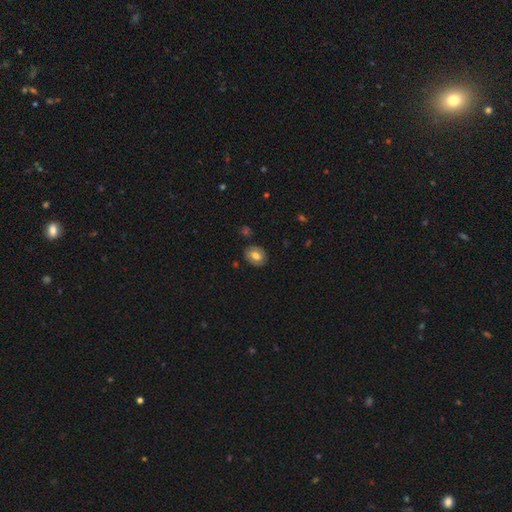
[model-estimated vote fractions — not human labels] Q: Smooth or featured?
A: smooth (67%); runner-up: featured or disk (25%)
Q: How rounded?
A: in between (61%); runner-up: round (38%)
Q: Merging?
A: none (82%); runner-up: minor disturbance (12%)